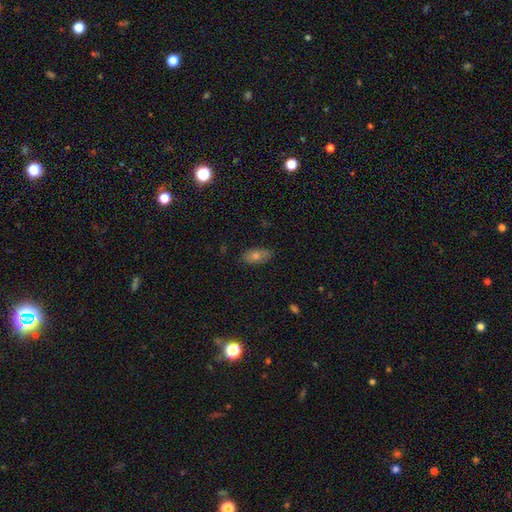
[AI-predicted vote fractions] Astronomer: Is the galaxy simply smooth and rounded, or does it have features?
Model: smooth — 65%.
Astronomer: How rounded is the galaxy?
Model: in between — 84%.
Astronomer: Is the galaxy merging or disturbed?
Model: none — 82%.